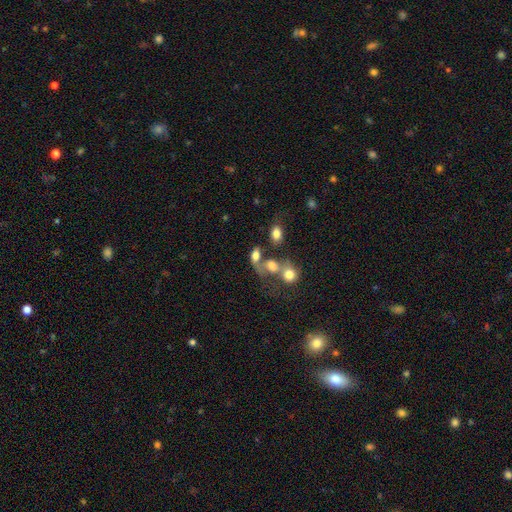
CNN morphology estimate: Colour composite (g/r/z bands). It shows a smooth galaxy with no disk features (68%) that is in between round and cigar-shaped (76%). Merging: merger (43%).